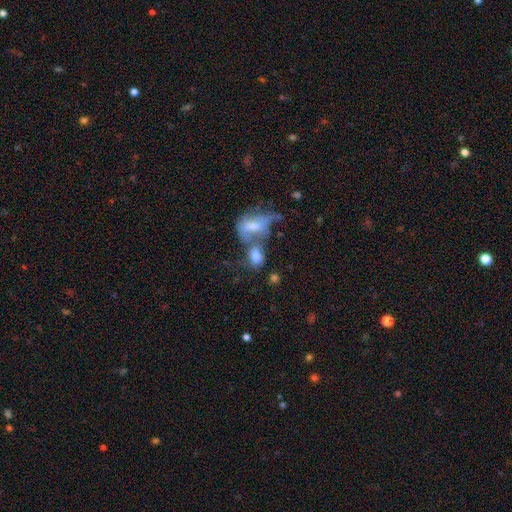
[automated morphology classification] smooth 62%, featured or disk 25%, star or artifact 12%. Down the decision tree: how rounded — in between (66%); merging — merger (56%).